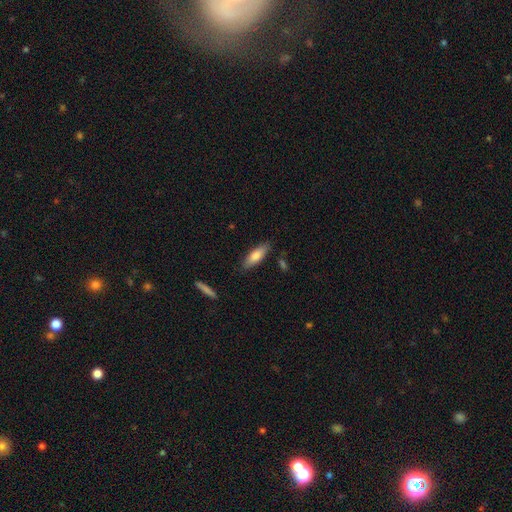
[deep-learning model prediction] The model was most divided on "how rounded": in between: 55%, cigar-shaped: 43%, round: 2%. More confident: merging — none (84%); smooth or featured — smooth (76%).